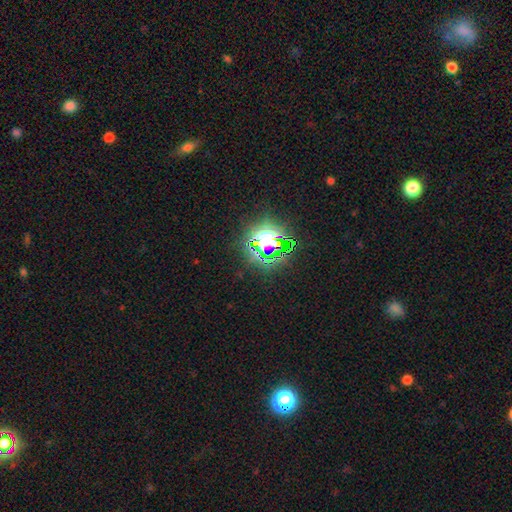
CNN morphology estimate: smooth-or-featured: star or artifact: 76% | smooth: 13% | featured or disk: 10%